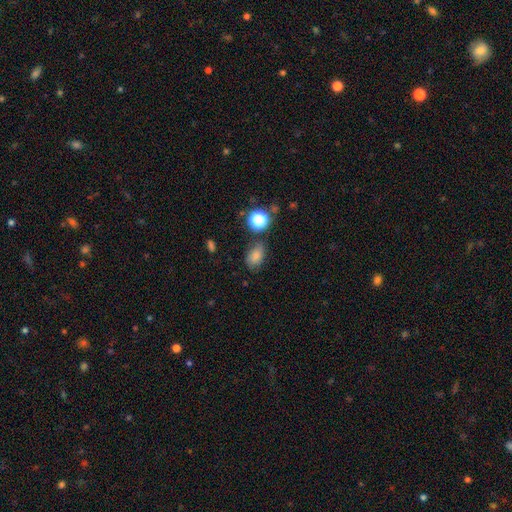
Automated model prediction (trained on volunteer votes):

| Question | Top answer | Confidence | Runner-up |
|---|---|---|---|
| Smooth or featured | smooth | 77% | star or artifact (15%) |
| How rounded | in between | 80% | round (19%) |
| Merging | none | 69% | minor disturbance (20%) |